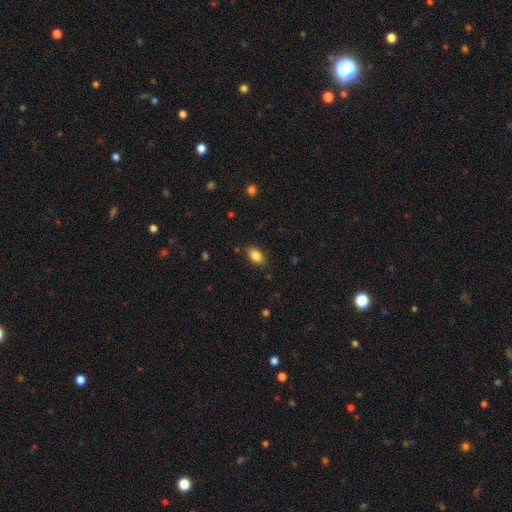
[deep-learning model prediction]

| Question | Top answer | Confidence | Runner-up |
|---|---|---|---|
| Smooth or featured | smooth | 86% | star or artifact (9%) |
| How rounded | in between | 89% | round (8%) |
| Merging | none | 85% | minor disturbance (11%) |